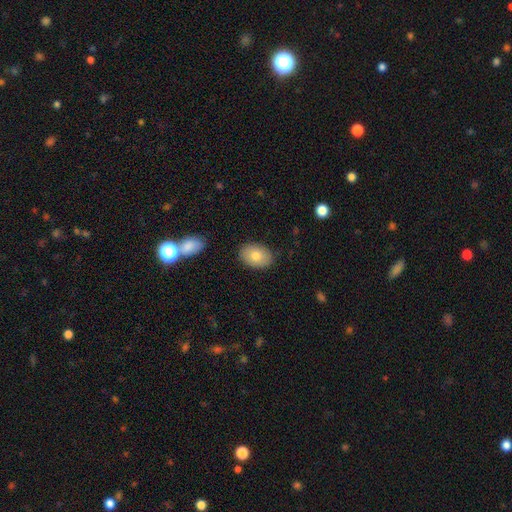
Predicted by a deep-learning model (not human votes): smooth 79%, featured or disk 14%, star or artifact 7%. Down the decision tree: how rounded — in between (86%); merging — none (86%).